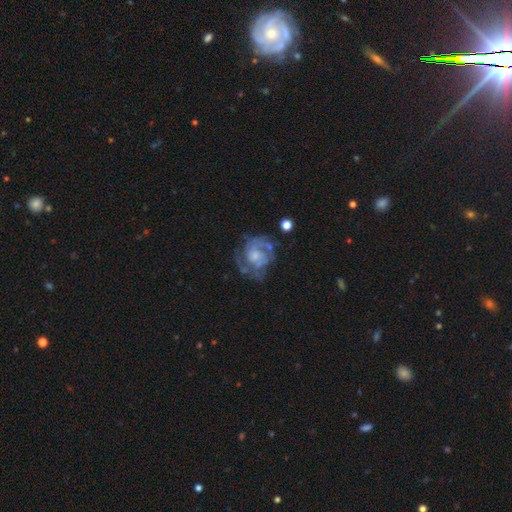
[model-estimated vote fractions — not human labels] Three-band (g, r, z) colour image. It shows a featured or disk galaxy (74%) with no bar (76%), tight (45%) spiral arms (74%) and a small central bulge (35%). Merging: none (49%).